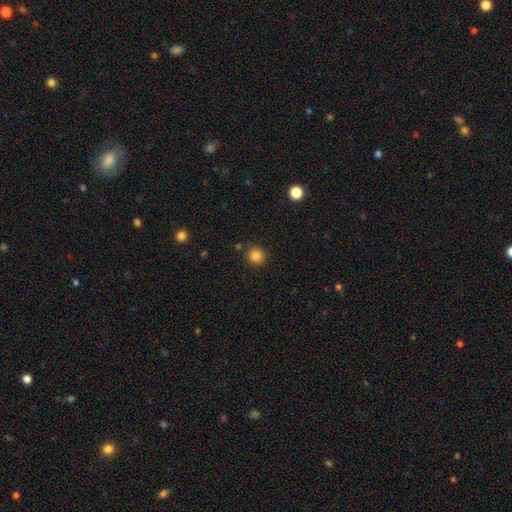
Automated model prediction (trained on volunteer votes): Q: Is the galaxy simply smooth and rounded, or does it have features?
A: smooth — 85%.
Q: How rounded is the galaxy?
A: round — 90%.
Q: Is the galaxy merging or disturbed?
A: none — 85%.